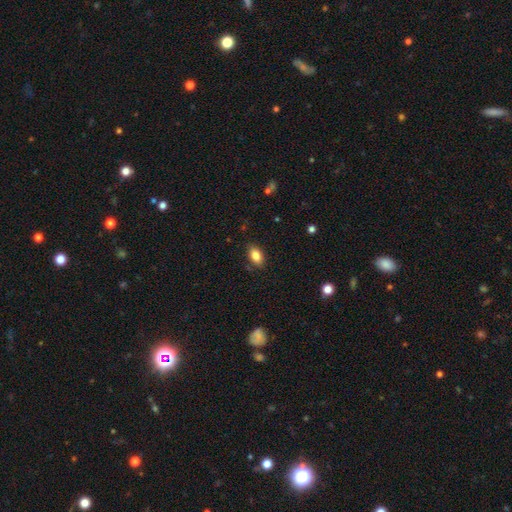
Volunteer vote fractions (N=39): smooth_or_featured: smooth (p=0.77) [alt: featured or disk p=0.15]
how_rounded: in between (p=0.93) [alt: round p=0.03]
merging: none (p=0.86) [alt: minor disturbance p=0.11]